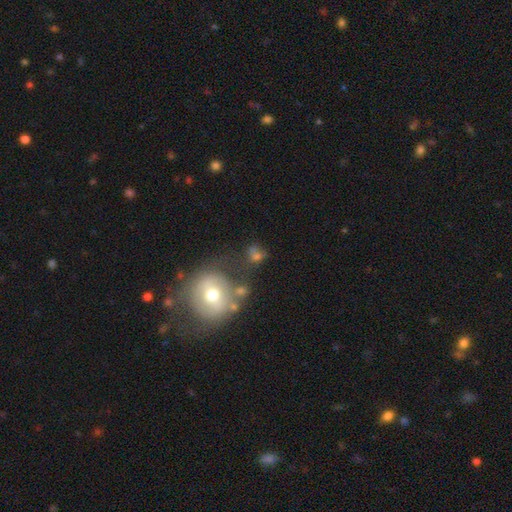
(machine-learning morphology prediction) This appears to be a smooth galaxy with no disk features (60%) that is round (69%). Merging: none (50%).